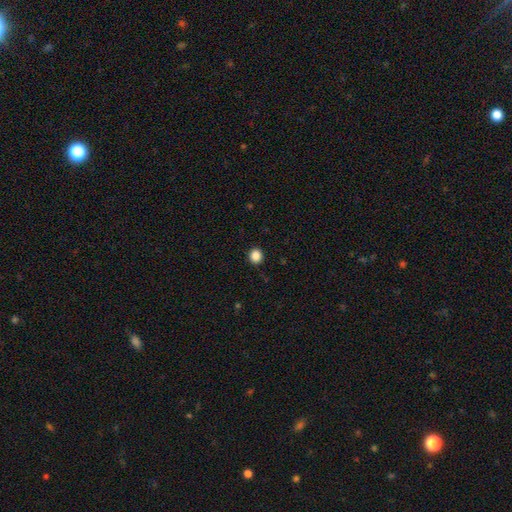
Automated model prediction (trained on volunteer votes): Smooth or featured: smooth — 87% (star or artifact — 10%)
How rounded: round — 84% (in between — 15%)
Merging: none — 92% (minor disturbance — 5%)